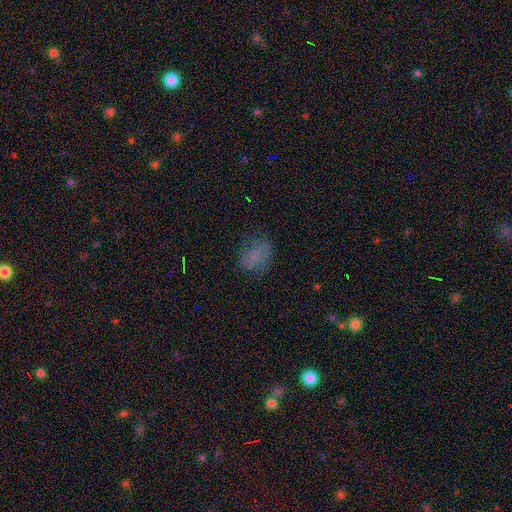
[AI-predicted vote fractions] smooth-or-featured: smooth: 69% | star or artifact: 16% | featured or disk: 15%
  how-rounded: in between: 71% | round: 27% | cigar-shaped: 2%
  merging: none: 63% | minor disturbance: 22% | major disturbance: 13% | merger: 2%